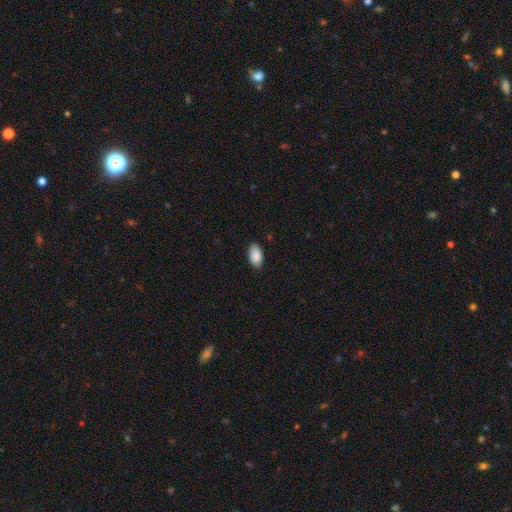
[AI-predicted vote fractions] This is clearly a smooth galaxy (90%). How rounded: clearly in between (95%). Merging: clearly none (84%).